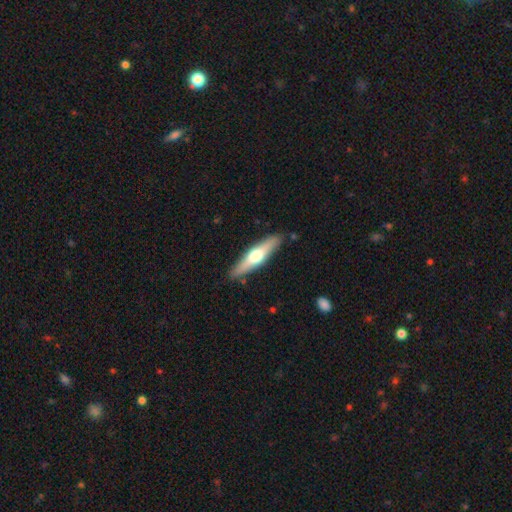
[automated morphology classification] type=featured or disk (51%); edge-on=yes (92%); merging=none (87%).